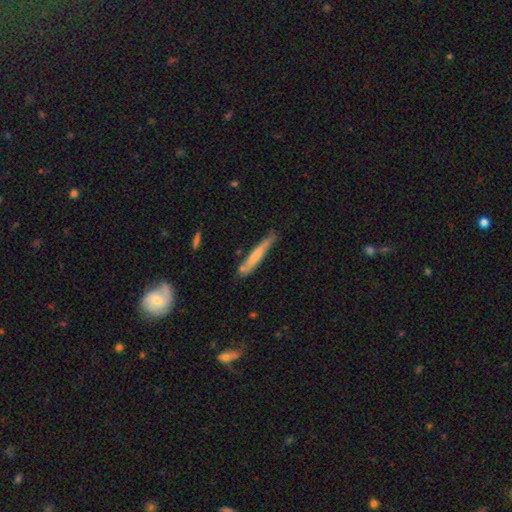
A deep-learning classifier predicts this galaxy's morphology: A smooth galaxy with no disk features (63%) that is cigar-shaped (93%). Merging: none (62%).